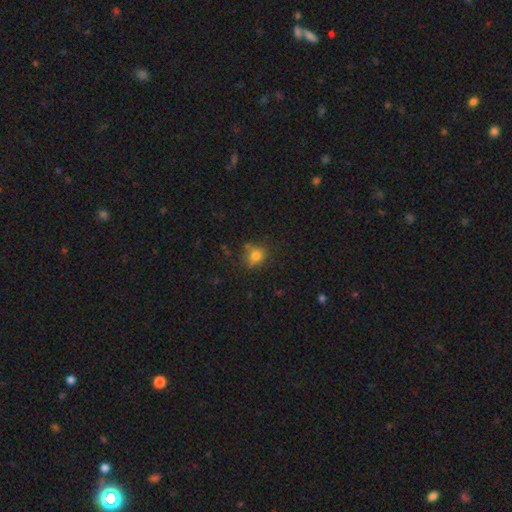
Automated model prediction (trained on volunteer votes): smooth 76%, star or artifact 14%, featured or disk 10%. Down the decision tree: how rounded — round (72%); merging — none (66%).